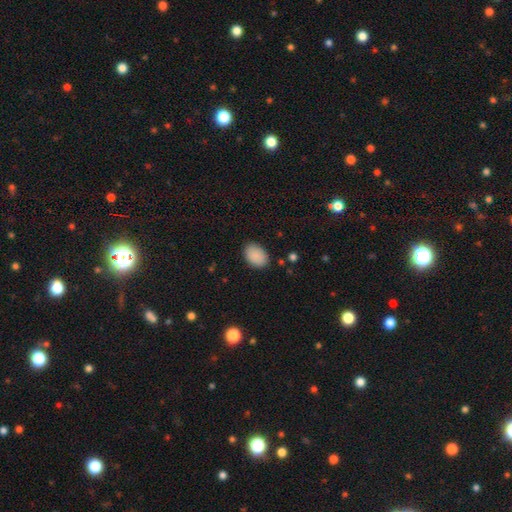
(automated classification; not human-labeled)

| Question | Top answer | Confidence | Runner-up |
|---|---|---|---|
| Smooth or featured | smooth | 89% | star or artifact (7%) |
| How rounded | in between | 82% | round (17%) |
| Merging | none | 85% | minor disturbance (11%) |